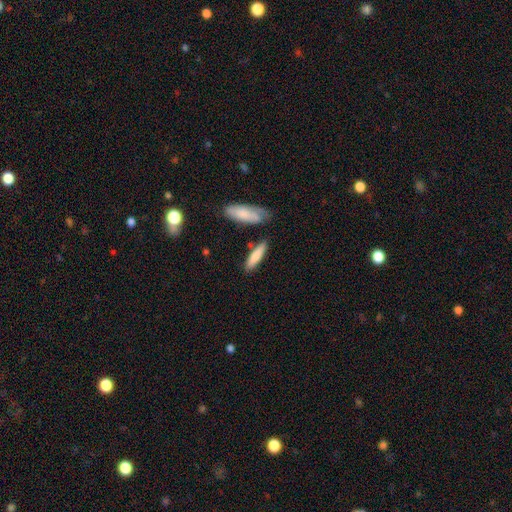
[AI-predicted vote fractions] smooth-or-featured: smooth: 77% | featured or disk: 18% | star or artifact: 6%
  how-rounded: cigar-shaped: 71% | in between: 27% | round: 2%
  merging: none: 75% | minor disturbance: 13% | merger: 8% | major disturbance: 3%